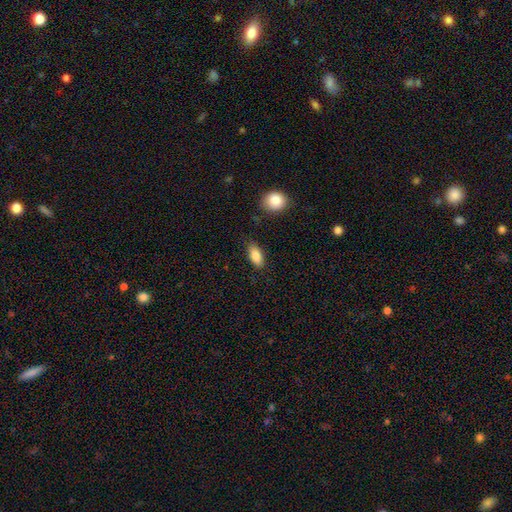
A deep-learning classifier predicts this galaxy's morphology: A smooth galaxy with no disk features (84%) that is in between round and cigar-shaped (86%). Merging: none (82%).